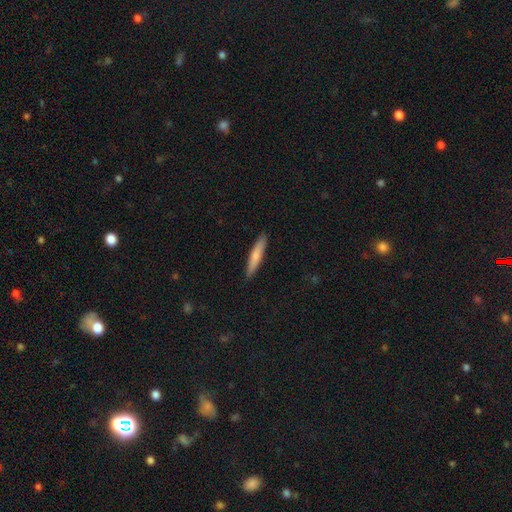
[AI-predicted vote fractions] smooth_or_featured: smooth (p=0.72) [alt: featured or disk p=0.22]
how_rounded: cigar-shaped (p=0.91) [alt: in between p=0.07]
merging: none (p=0.91) [alt: minor disturbance p=0.07]